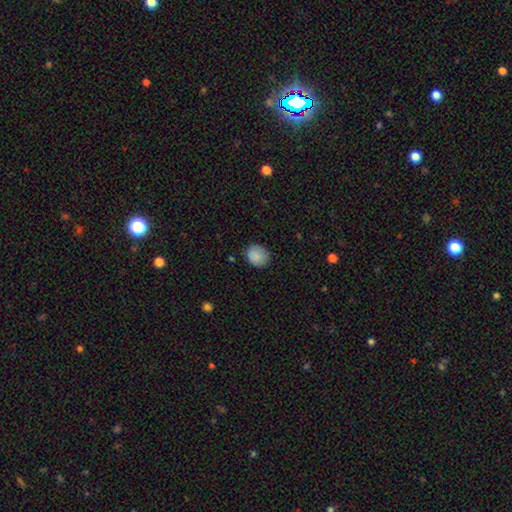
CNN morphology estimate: smooth-or-featured: smooth: 85% | star or artifact: 8% | featured or disk: 6%
  how-rounded: round: 73% | in between: 26% | cigar-shaped: 1%
  merging: none: 81% | minor disturbance: 15% | major disturbance: 3% | merger: 1%